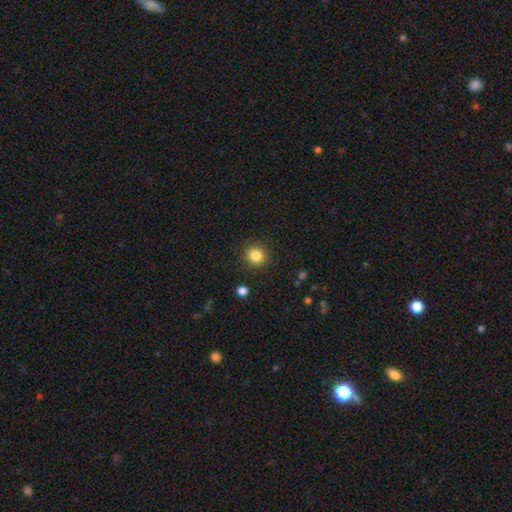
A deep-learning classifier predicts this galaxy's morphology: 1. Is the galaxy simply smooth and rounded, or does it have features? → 85% smooth, 11% star or artifact, 4% featured or disk.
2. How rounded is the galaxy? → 91% round, 8% in between, 1% cigar-shaped.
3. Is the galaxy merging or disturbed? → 90% none, 7% minor disturbance, 3% major disturbance, 1% merger.